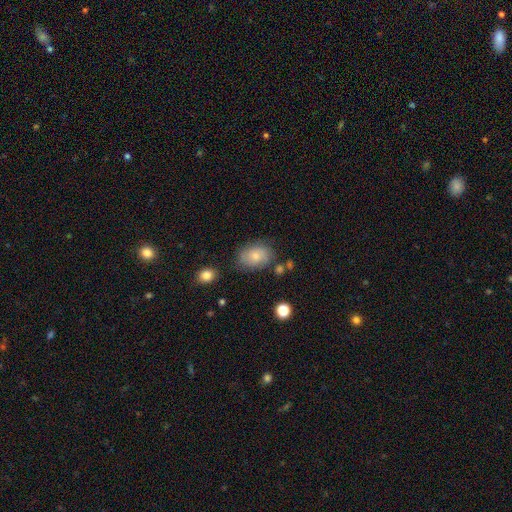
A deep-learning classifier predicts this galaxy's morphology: type=smooth (65%); roundness=in between (75%); merging=none (70%).